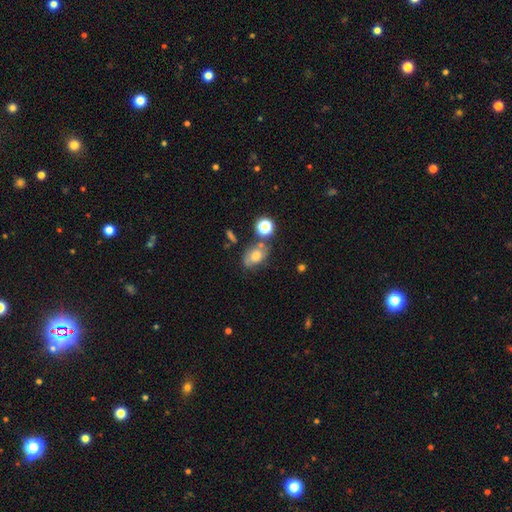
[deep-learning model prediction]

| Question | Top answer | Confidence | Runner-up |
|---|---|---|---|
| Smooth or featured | smooth | 60% | featured or disk (26%) |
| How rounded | in between | 70% | round (28%) |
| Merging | none | 53% | minor disturbance (23%) |